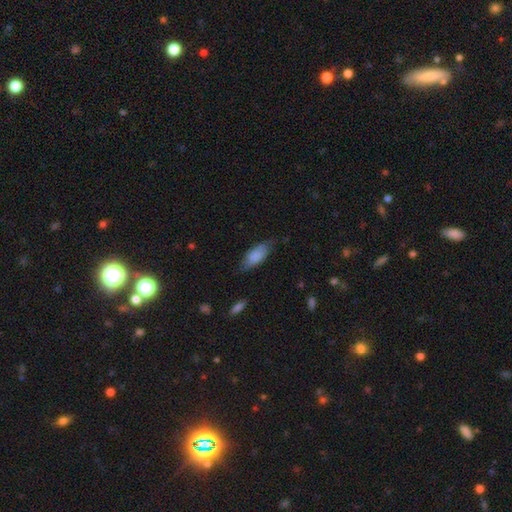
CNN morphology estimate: Smooth or featured: smooth — 82% (featured or disk — 12%)
How rounded: in between — 81% (cigar-shaped — 17%)
Merging: none — 68% (minor disturbance — 25%)